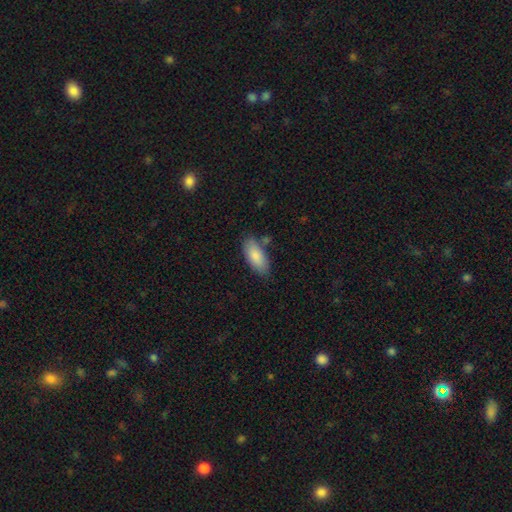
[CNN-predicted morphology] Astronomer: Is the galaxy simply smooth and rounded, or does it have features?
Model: smooth — 85%.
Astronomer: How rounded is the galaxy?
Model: in between — 86%.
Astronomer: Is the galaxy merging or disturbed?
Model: none — 71%.